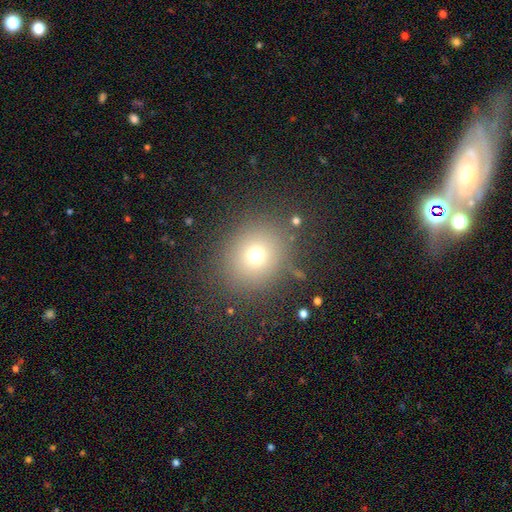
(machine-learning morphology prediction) Q: Smooth or featured?
A: smooth (70%); runner-up: star or artifact (19%)
Q: How rounded?
A: round (79%); runner-up: in between (20%)
Q: Merging?
A: none (84%); runner-up: minor disturbance (9%)